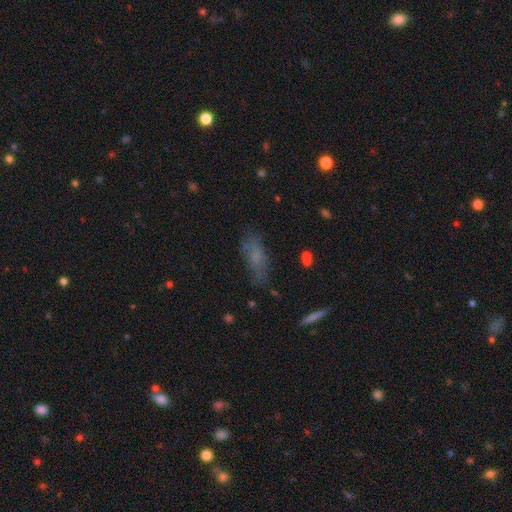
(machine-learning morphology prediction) smooth-or-featured: smooth: 61% | featured or disk: 26% | star or artifact: 13%
  how-rounded: in between: 65% | cigar-shaped: 31% | round: 4%
  merging: none: 67% | minor disturbance: 21% | major disturbance: 9% | merger: 3%